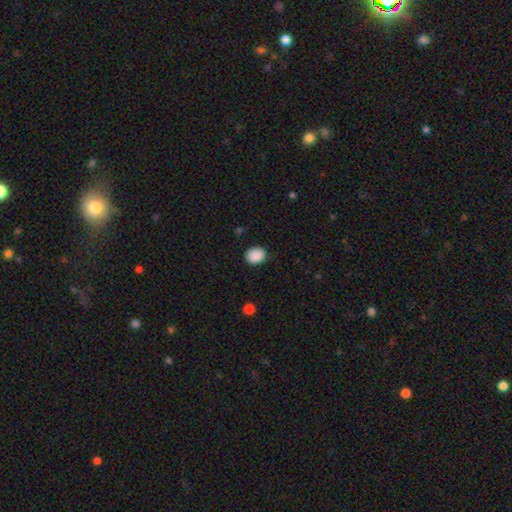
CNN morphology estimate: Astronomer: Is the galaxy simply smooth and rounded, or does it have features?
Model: smooth — 89%.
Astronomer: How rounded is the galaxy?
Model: round — 57% (runner-up: in between, 42%).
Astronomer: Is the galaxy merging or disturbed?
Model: none — 85%.